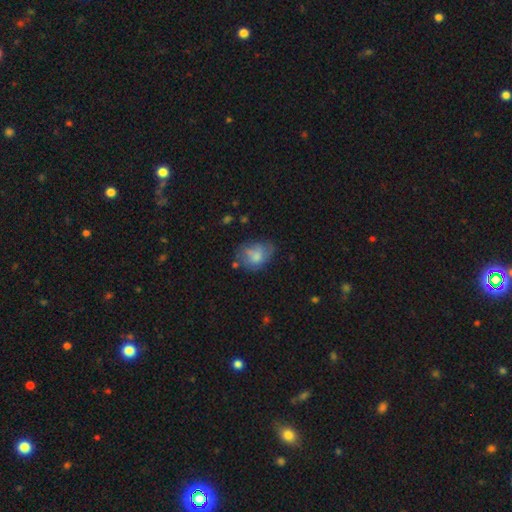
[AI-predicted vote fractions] Overall: smooth (68%). How rounded: in between (63%; round 36%). Merging: none (46%; minor disturbance 30%).